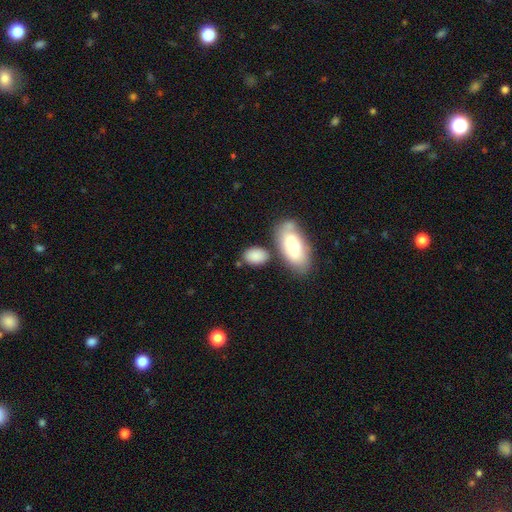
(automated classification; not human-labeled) smooth_or_featured: smooth (p=0.86) [alt: featured or disk p=0.08]
how_rounded: in between (p=0.88) [alt: round p=0.09]
merging: none (p=0.61) [alt: merger p=0.17]